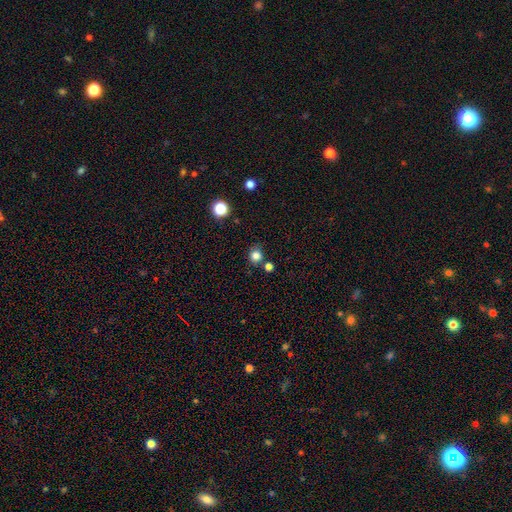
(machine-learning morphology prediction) smooth_or_featured: smooth (p=0.81) [alt: star or artifact p=0.14]
how_rounded: round (p=0.86) [alt: in between p=0.13]
merging: none (p=0.78) [alt: minor disturbance p=0.11]